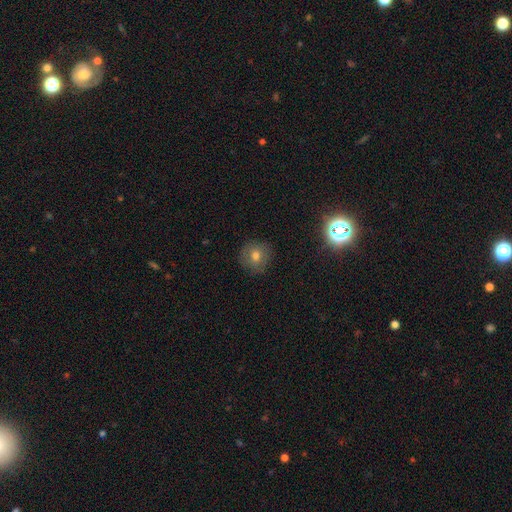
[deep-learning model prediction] Smooth or featured: smooth — 67% (star or artifact — 17%)
How rounded: round — 89% (in between — 10%)
Merging: none — 86% (minor disturbance — 10%)